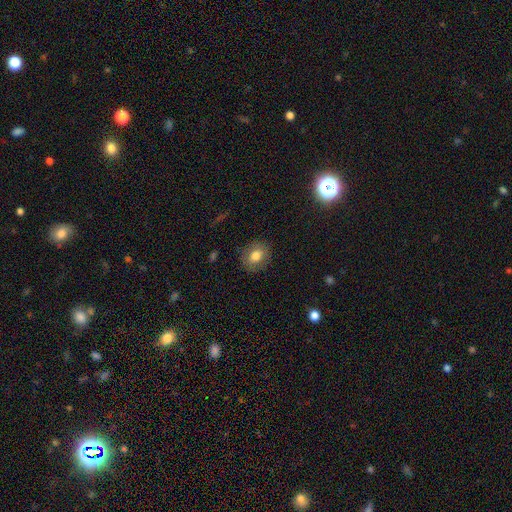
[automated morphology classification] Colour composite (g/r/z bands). It shows a smooth galaxy with no disk features (77%) that is round (65%). Merging: none (86%).